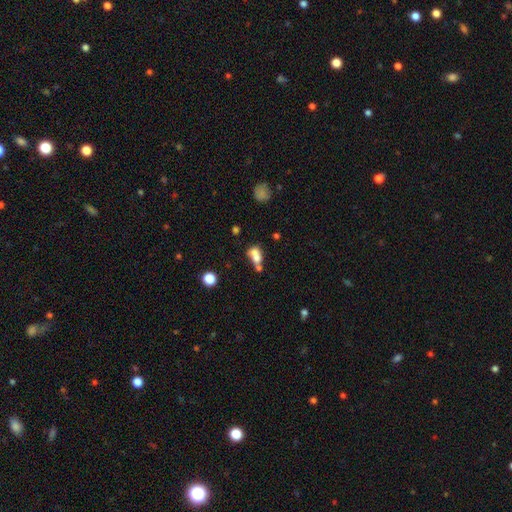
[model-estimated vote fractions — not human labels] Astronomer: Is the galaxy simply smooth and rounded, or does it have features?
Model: smooth — 66%.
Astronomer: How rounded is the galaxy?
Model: in between — 68%.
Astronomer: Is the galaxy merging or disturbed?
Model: merger — 57%.